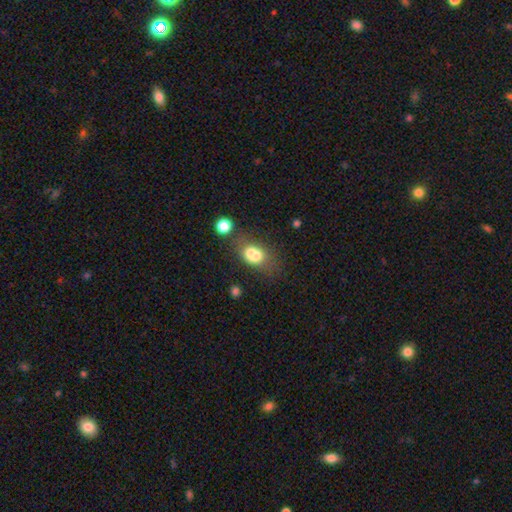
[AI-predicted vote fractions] A smooth galaxy with no disk features (71%) that is in between round and cigar-shaped (62%). Merging: merger (43%).